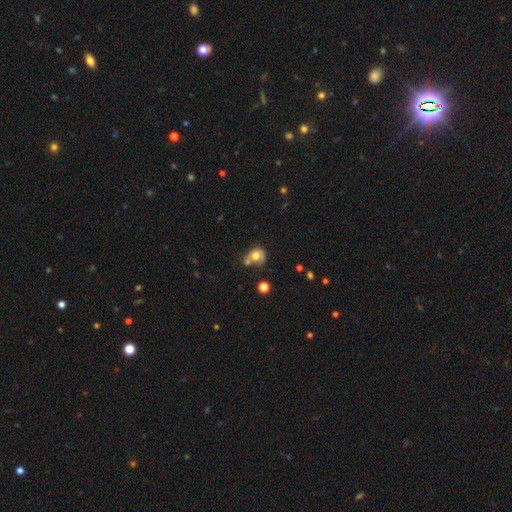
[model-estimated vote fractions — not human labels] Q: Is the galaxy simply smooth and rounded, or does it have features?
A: smooth — 62%.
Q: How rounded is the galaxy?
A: round — 58%.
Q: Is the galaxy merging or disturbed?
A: merger — 31%.